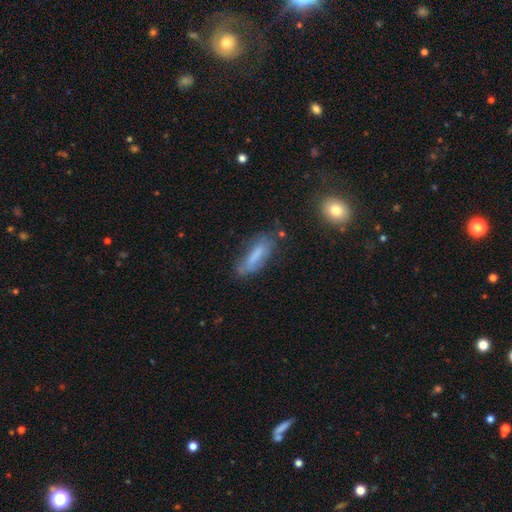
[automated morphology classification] A smooth galaxy with no disk features (59%) that is cigar-shaped (55%).

Vote fractions:
- Smooth or featured? smooth: 59% / featured or disk: 32% / star or artifact: 10%
- How rounded? cigar-shaped: 55% / in between: 43% / round: 2%
- Merging? none: 58% / minor disturbance: 26% / major disturbance: 11% / merger: 4%